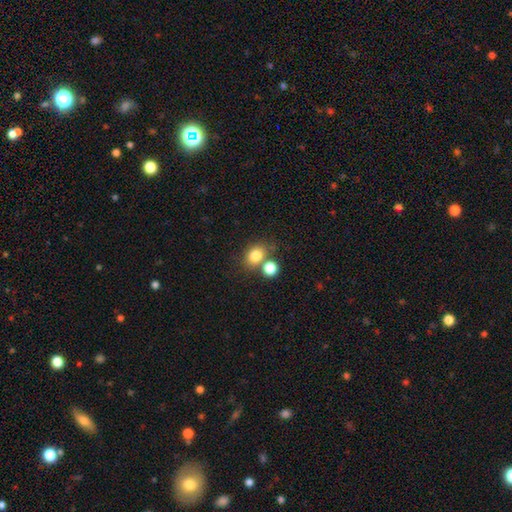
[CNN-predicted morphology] Overall: smooth (81%). How rounded: round (55%; in between 44%). Merging: none (57%; merger 29%).